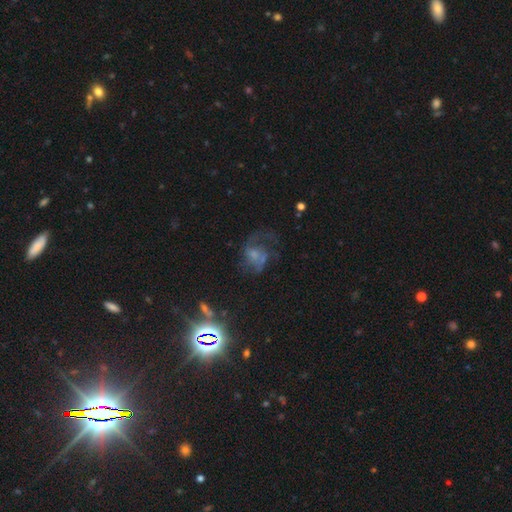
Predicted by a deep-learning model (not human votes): This is likely a featured or disk galaxy (61%). It is clearly not viewed edge-on (97%). Bar: likely no (73%). Spiral arm pattern: likely yes (72%). Central bulge: marginally small (33%, tied with moderate). Merging: marginally major disturbance (42%).